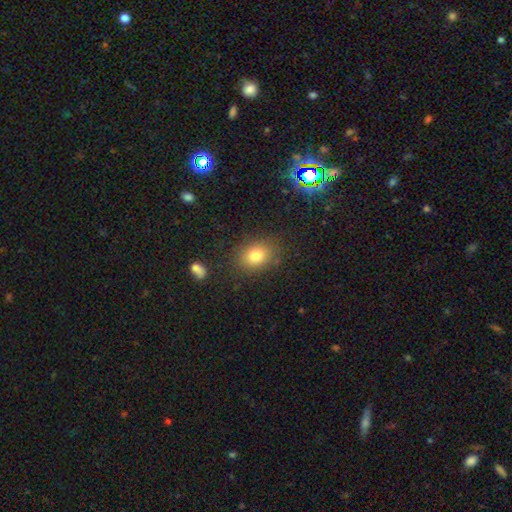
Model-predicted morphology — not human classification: smooth-or-featured: smooth: 80% | star or artifact: 12% | featured or disk: 9%
  how-rounded: in between: 55% | round: 44% | cigar-shaped: 1%
  merging: none: 82% | minor disturbance: 12% | major disturbance: 4% | merger: 2%